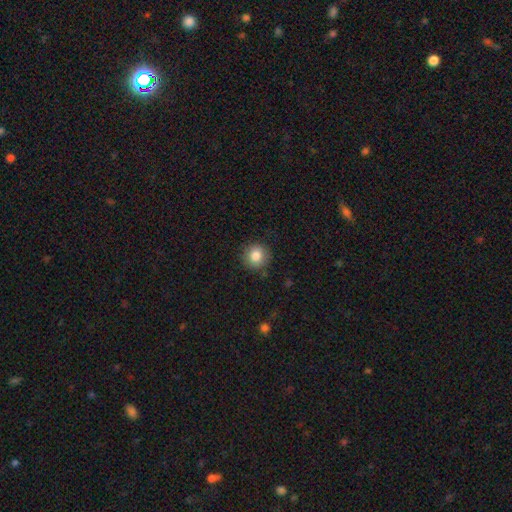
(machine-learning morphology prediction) This appears to be a smooth galaxy with no disk features (84%) that is round (92%). Merging: none (88%).